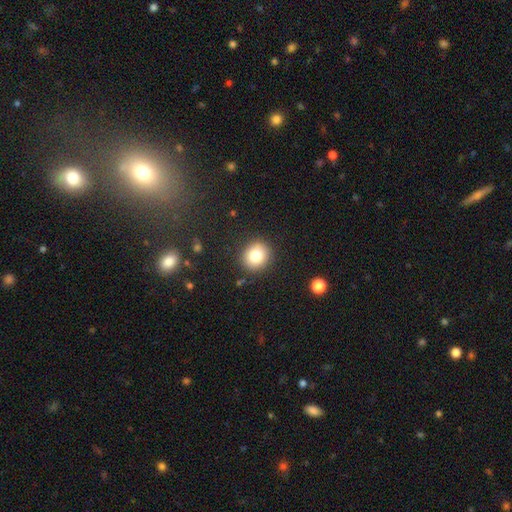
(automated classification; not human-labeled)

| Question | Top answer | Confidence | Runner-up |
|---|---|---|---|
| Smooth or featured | smooth | 80% | star or artifact (11%) |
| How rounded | round | 82% | in between (17%) |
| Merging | none | 89% | minor disturbance (7%) |